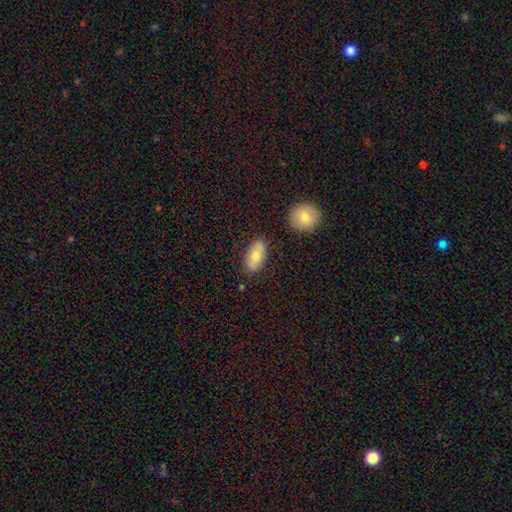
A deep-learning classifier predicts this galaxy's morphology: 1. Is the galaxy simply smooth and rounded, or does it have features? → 74% smooth, 18% featured or disk, 8% star or artifact.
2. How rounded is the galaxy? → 89% in between, 7% cigar-shaped, 4% round.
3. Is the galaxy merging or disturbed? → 83% none, 11% minor disturbance, 4% merger, 3% major disturbance.